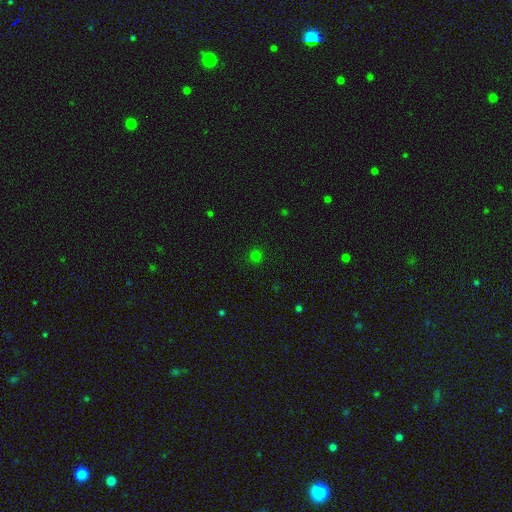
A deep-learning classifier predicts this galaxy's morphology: This is likely a smooth galaxy (75%). How rounded: clearly round (93%). Merging: clearly none (91%).